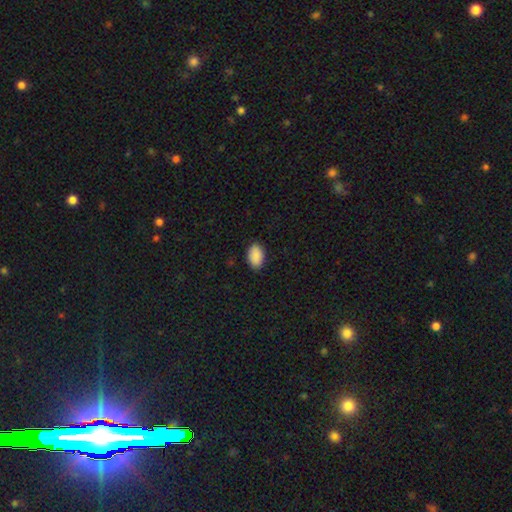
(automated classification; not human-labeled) Morphology: type=smooth (90%); roundness=in between (92%); merging=none (88%).